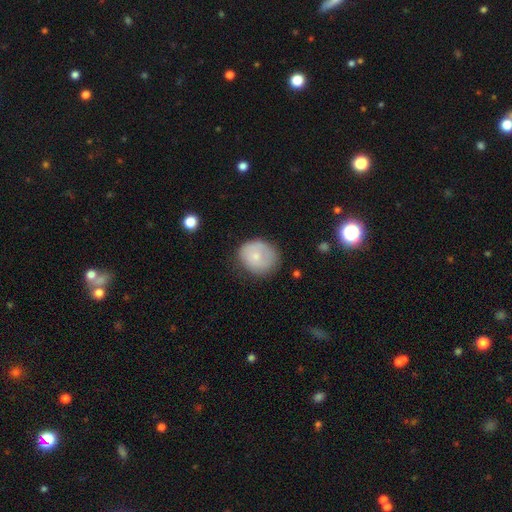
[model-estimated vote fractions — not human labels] smooth-or-featured: smooth: 68% | featured or disk: 25% | star or artifact: 7%
  how-rounded: round: 66% | in between: 33% | cigar-shaped: 1%
  merging: none: 60% | minor disturbance: 27% | major disturbance: 10% | merger: 2%